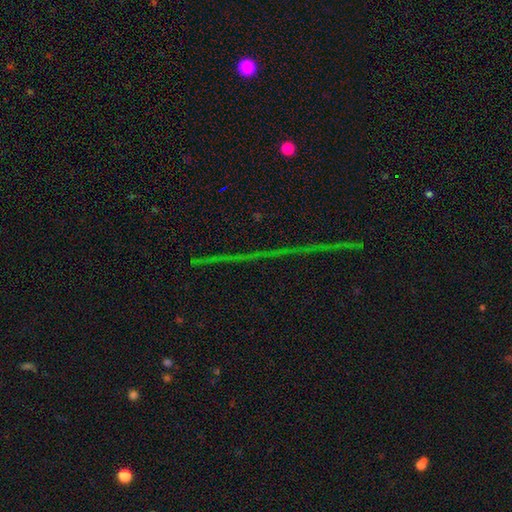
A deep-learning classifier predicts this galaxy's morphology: smooth-or-featured: star or artifact: 78% | featured or disk: 14% | smooth: 8%